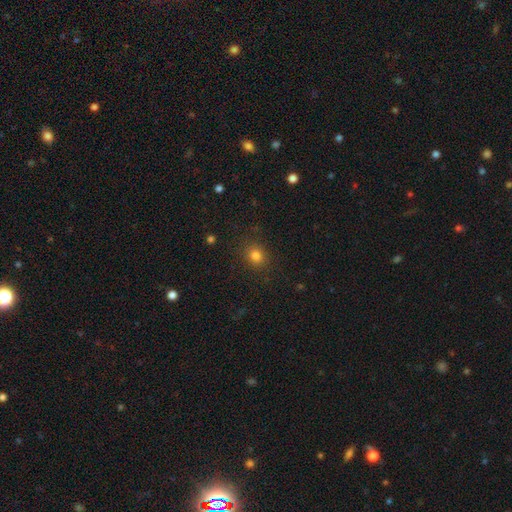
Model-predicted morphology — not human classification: Q: Smooth or featured?
A: smooth (81%); runner-up: star or artifact (14%)
Q: How rounded?
A: round (73%); runner-up: in between (26%)
Q: Merging?
A: none (87%); runner-up: minor disturbance (9%)